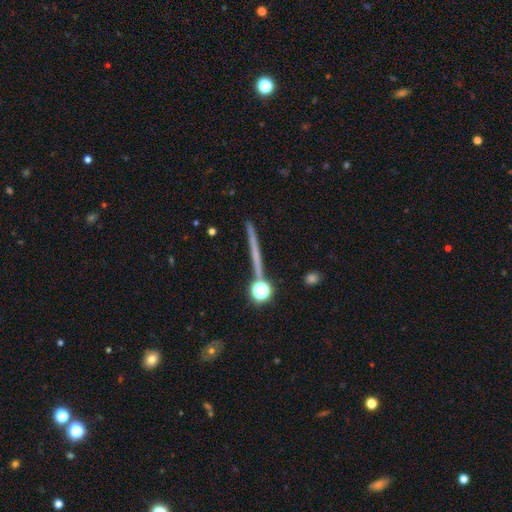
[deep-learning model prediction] Morphology: type=featured or disk (50%); edge-on=yes (95%); merging=none (84%).